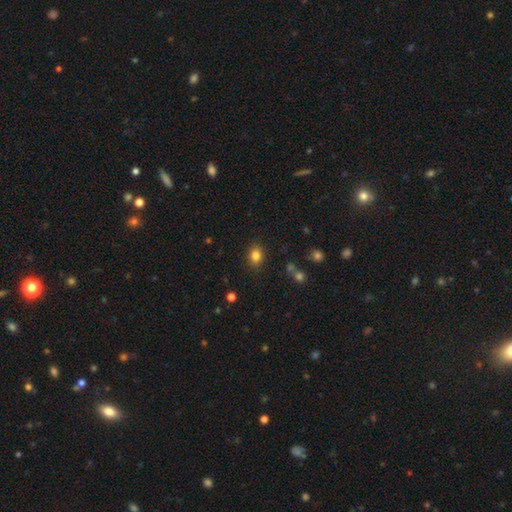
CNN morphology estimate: The model was most divided on "how rounded": in between: 52%, round: 47%, cigar-shaped: 1%. More confident: merging — none (86%); smooth or featured — smooth (83%).